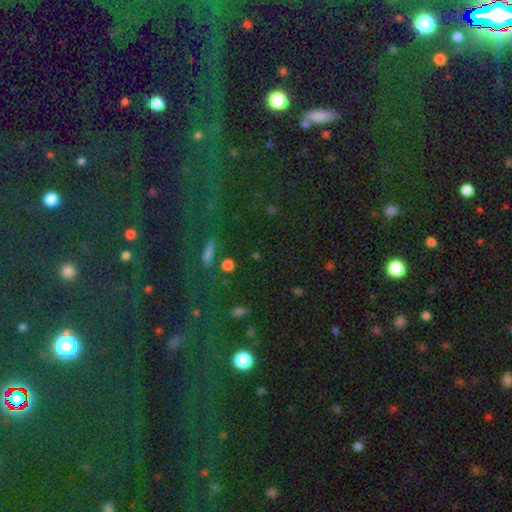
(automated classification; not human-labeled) Smooth or featured? star or artifact (54%)